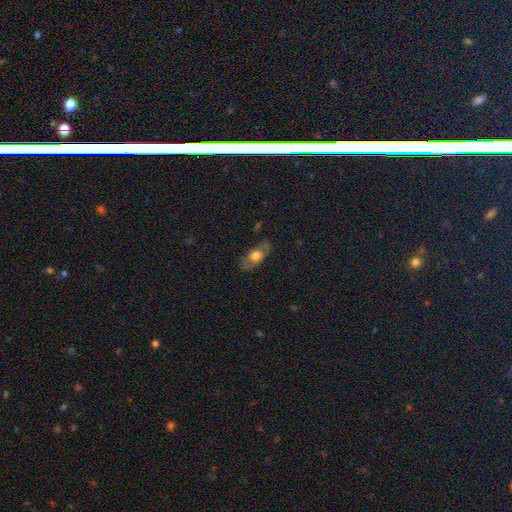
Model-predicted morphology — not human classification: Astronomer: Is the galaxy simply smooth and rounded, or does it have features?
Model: smooth — 60%.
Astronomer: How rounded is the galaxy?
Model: in between — 78%.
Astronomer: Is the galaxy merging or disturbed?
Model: none — 73%.